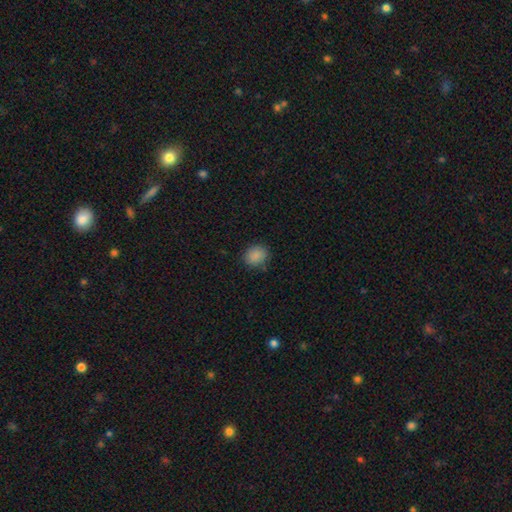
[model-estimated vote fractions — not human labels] smooth_or_featured: smooth (p=0.86) [alt: star or artifact p=0.09]
how_rounded: round (p=0.66) [alt: in between p=0.34]
merging: none (p=0.82) [alt: minor disturbance p=0.13]